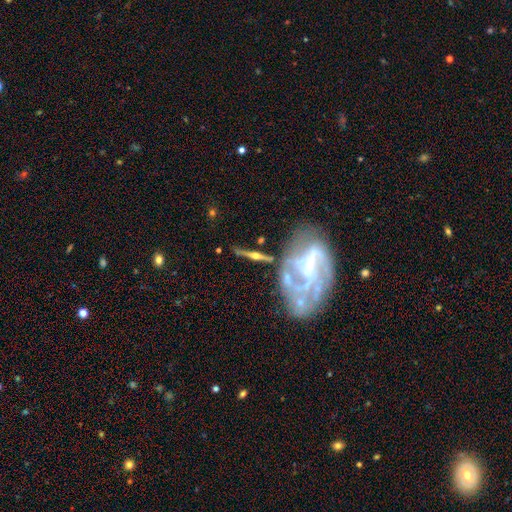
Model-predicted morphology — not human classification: This is likely a featured or disk galaxy (77%). It is clearly viewed edge-on (85%). Edge-on bulge: clearly rounded (90%). Merging: likely none (62%).